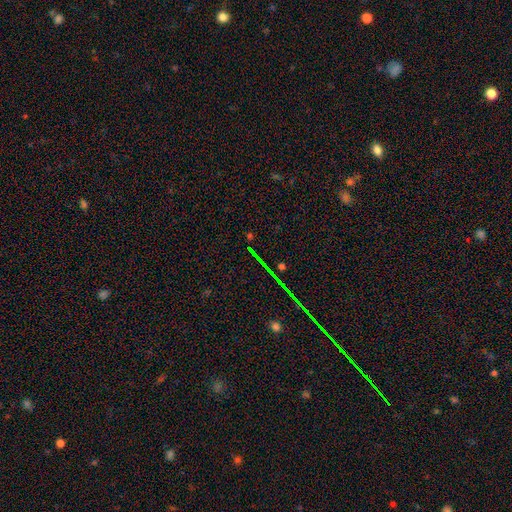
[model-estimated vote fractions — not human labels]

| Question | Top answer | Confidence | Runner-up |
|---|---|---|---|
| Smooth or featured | star or artifact | 73% | featured or disk (14%) |